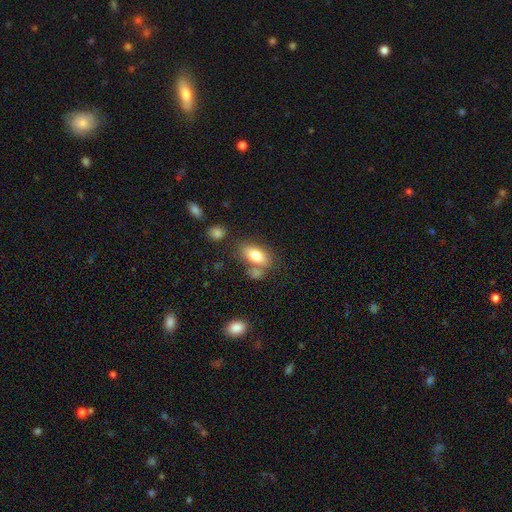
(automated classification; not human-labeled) Smooth or featured?
  - smooth: 79% *
  - featured or disk: 13%
  - star or artifact: 8%
How rounded?
  - in between: 90% *
  - round: 6%
  - cigar-shaped: 5%
Merging?
  - none: 60% *
  - merger: 19%
  - minor disturbance: 16%
  - major disturbance: 5%